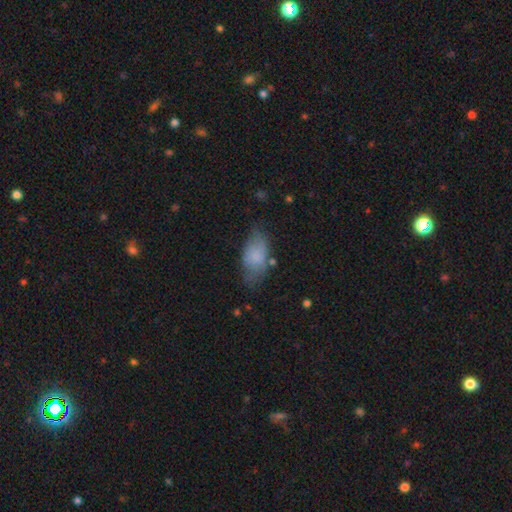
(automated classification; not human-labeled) The model was most divided on "merging": none: 57%, minor disturbance: 30%, major disturbance: 10%, merger: 3%. More confident: how rounded — in between (92%); smooth or featured — smooth (77%).